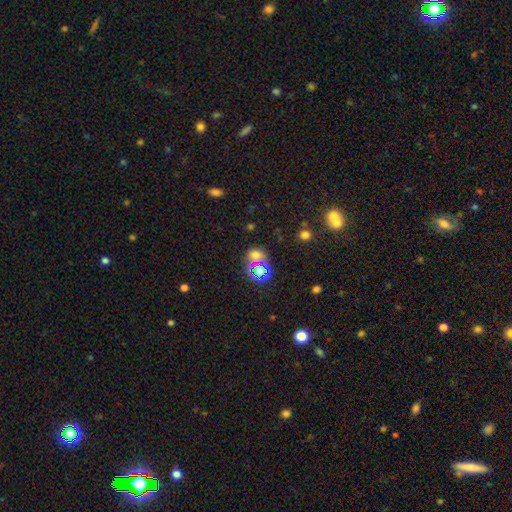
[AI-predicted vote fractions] Q: Smooth or featured?
A: smooth (52%); runner-up: star or artifact (39%)
Q: How rounded?
A: round (69%); runner-up: in between (30%)
Q: Merging?
A: none (65%); runner-up: merger (17%)